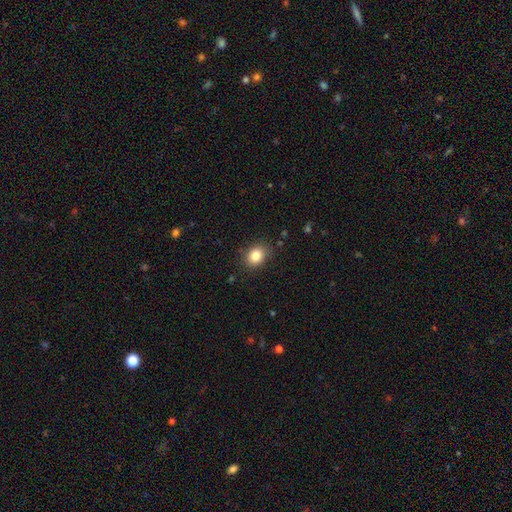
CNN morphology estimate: Smooth or featured? smooth (84%)
How rounded? in between (50%)
Merging? none (85%)